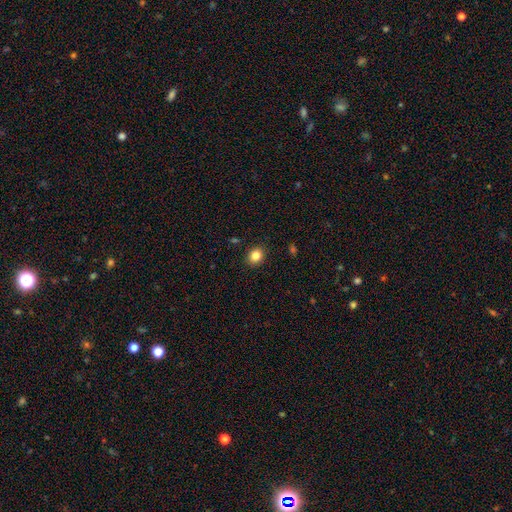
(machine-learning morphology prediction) A smooth galaxy with no disk features (84%) that is round (61%). Merging: none (90%).